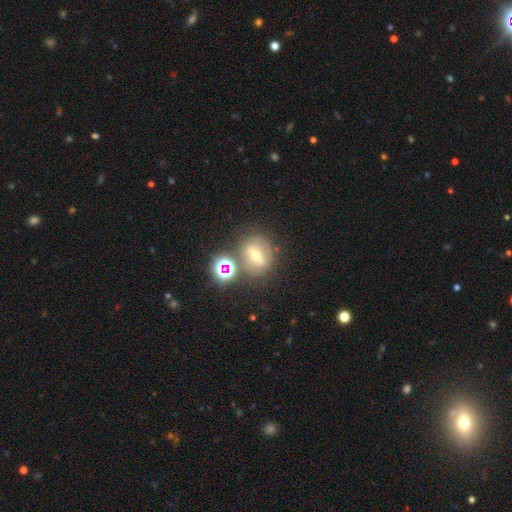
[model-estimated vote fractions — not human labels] Q: Smooth or featured?
A: featured or disk (44%); runner-up: smooth (32%)
Q: Merging?
A: none (67%); runner-up: minor disturbance (14%)